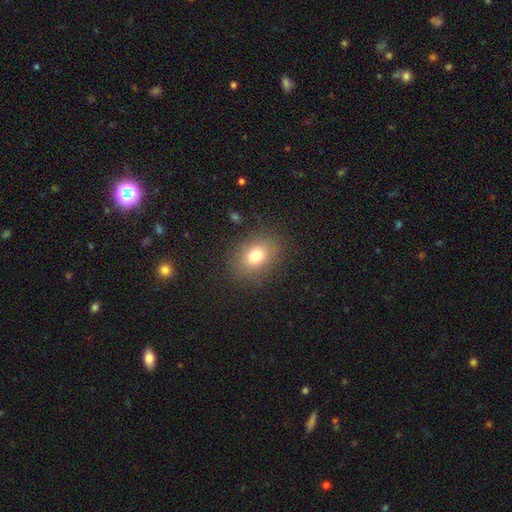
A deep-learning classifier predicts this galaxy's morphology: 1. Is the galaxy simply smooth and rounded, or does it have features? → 77% smooth, 12% star or artifact, 11% featured or disk.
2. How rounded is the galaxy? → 63% in between, 35% round, 1% cigar-shaped.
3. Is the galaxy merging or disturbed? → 85% none, 10% minor disturbance, 4% major disturbance, 1% merger.